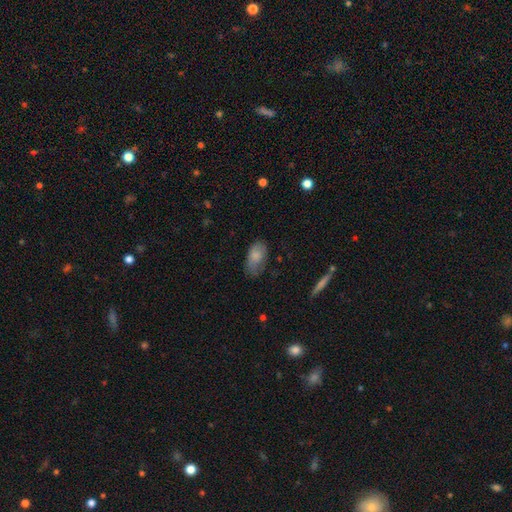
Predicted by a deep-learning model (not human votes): Smooth or featured? smooth (80%)
How rounded? in between (93%)
Merging? none (59%)